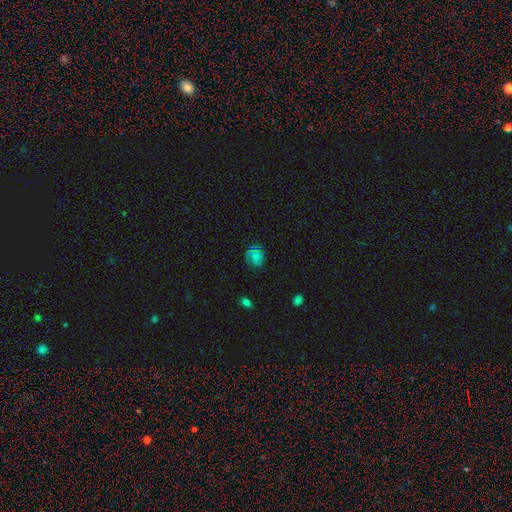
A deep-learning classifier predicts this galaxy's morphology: type=smooth (67%); roundness=round (57%); merging=none (62%).